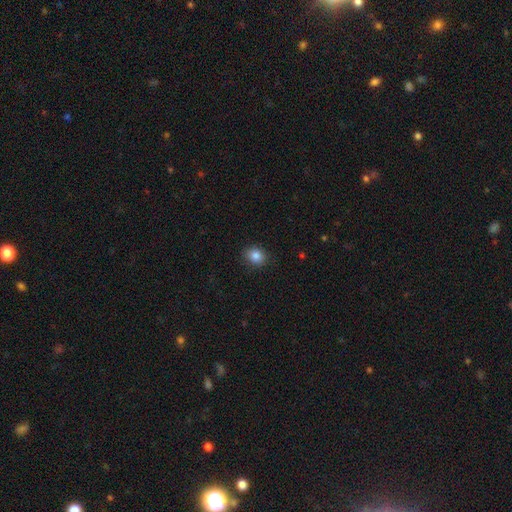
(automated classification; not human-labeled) Smooth or featured?
  - smooth: 85% *
  - star or artifact: 10%
  - featured or disk: 5%
How rounded?
  - round: 66% *
  - in between: 33%
  - cigar-shaped: 1%
Merging?
  - none: 87% *
  - minor disturbance: 10%
  - major disturbance: 2%
  - merger: 1%